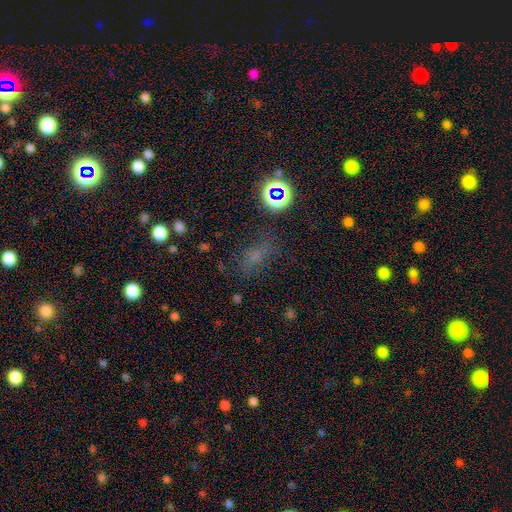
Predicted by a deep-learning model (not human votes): This appears to be a smooth galaxy with no disk features (48%). Merging: none (64%).